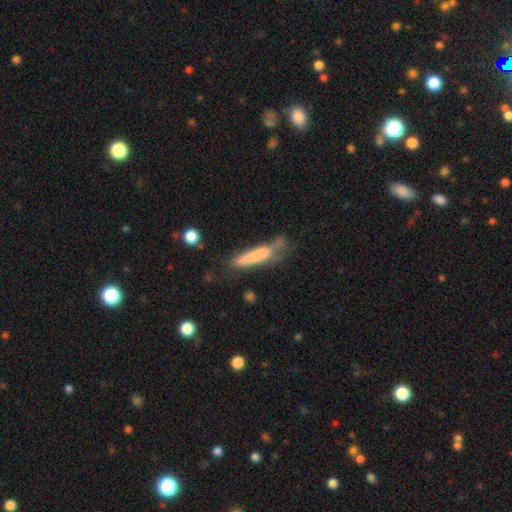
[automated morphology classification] Smooth or featured: smooth — 66% (featured or disk — 27%)
How rounded: cigar-shaped — 82% (in between — 16%)
Merging: none — 42% (minor disturbance — 28%)